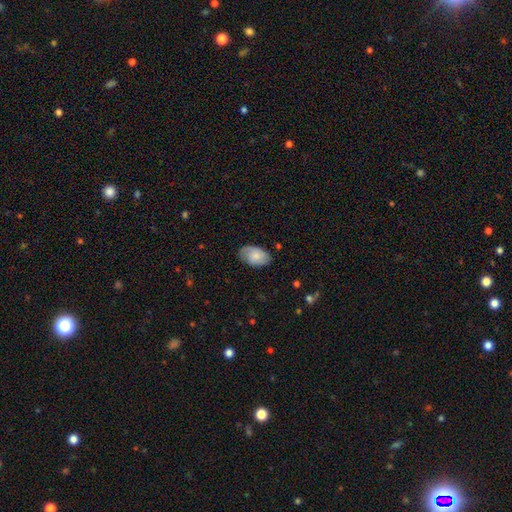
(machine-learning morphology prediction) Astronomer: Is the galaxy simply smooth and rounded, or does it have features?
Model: smooth — 68%.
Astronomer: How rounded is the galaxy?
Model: in between — 91%.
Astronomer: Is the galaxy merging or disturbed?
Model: none — 72%.